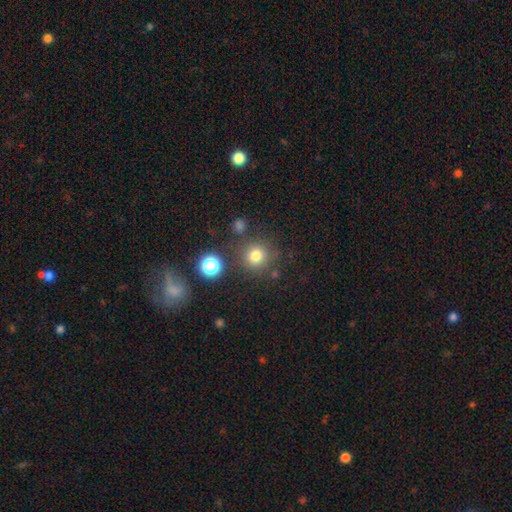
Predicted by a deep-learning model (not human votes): A smooth galaxy with no disk features (77%) that is round (93%). Merging: none (80%).